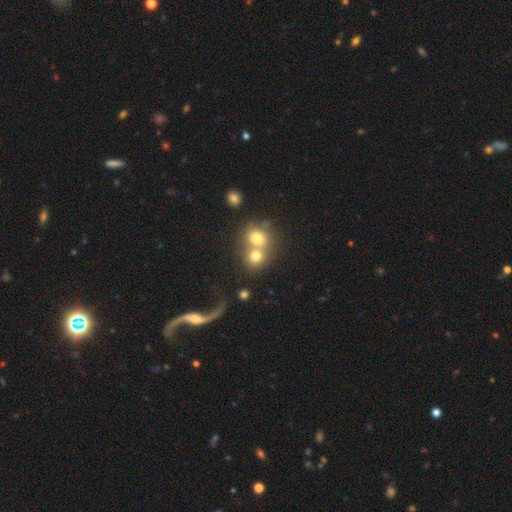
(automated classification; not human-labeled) Smooth or featured?
  - smooth: 72% *
  - featured or disk: 16%
  - star or artifact: 12%
How rounded?
  - round: 79% *
  - in between: 20%
  - cigar-shaped: 1%
Merging?
  - merger: 59% *
  - none: 31%
  - minor disturbance: 6%
  - major disturbance: 4%